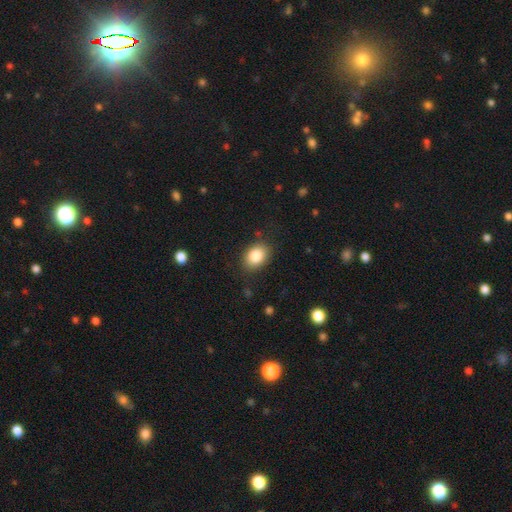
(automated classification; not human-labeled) A smooth galaxy with no disk features (85%) that is in between round and cigar-shaped (68%). Merging: none (83%).